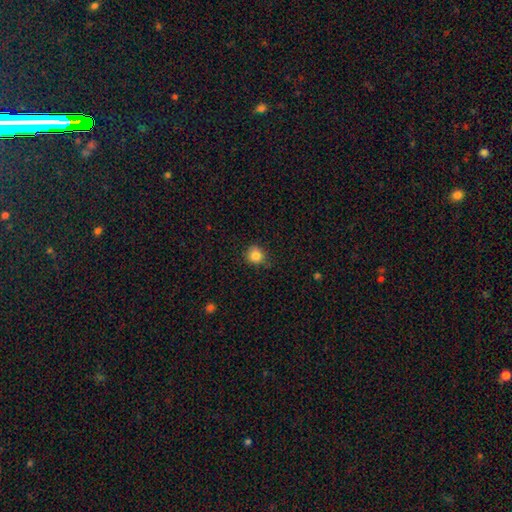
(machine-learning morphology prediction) Smooth or featured?
  - smooth: 85% *
  - star or artifact: 11%
  - featured or disk: 5%
How rounded?
  - round: 89% *
  - in between: 11%
  - cigar-shaped: 1%
Merging?
  - none: 82% *
  - minor disturbance: 14%
  - major disturbance: 3%
  - merger: 1%